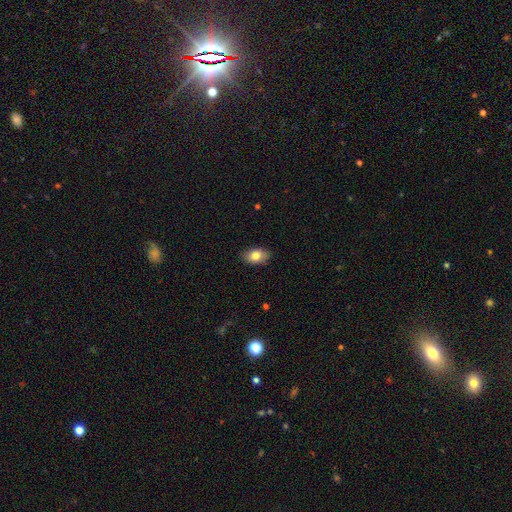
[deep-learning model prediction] smooth-or-featured: smooth: 82% | featured or disk: 10% | star or artifact: 8%
  how-rounded: in between: 88% | round: 11% | cigar-shaped: 2%
  merging: none: 86% | minor disturbance: 11% | major disturbance: 2% | merger: 1%